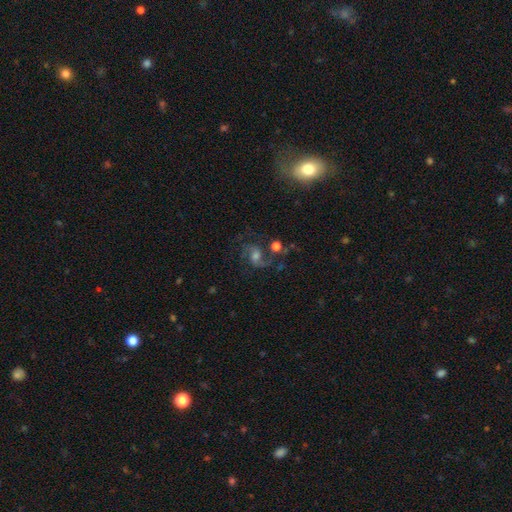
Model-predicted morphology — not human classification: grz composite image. It shows a featured or disk galaxy (76%) with a weak bar (44%, tied with no), 2 (88%) medium (50%) spiral arms (94%) and a moderate central bulge (54%). Merging: none (63%).